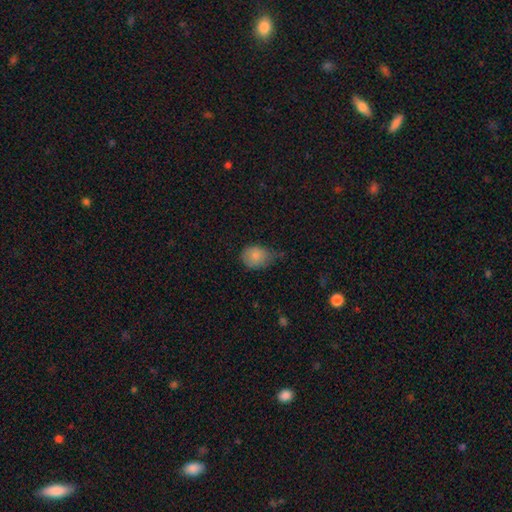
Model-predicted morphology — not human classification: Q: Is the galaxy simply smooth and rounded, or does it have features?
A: smooth — 83%.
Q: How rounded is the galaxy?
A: in between — 54%.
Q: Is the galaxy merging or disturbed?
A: minor disturbance — 45%.